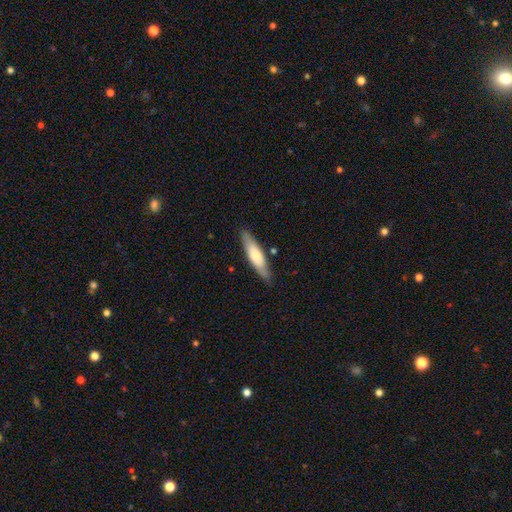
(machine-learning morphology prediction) A smooth galaxy with no disk features (64%) that is cigar-shaped (72%). Merging: none (84%).